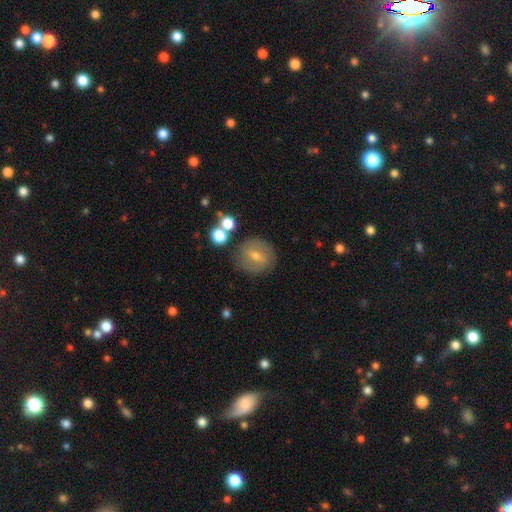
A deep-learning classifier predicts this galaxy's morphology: Overall: featured or disk (45%; smooth 42%). Merging: none (80%).